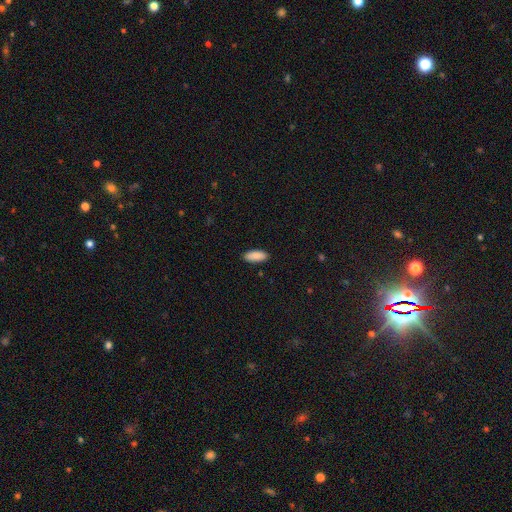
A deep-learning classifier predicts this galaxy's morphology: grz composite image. It shows a smooth galaxy with no disk features (89%) that is in between round and cigar-shaped (84%). Merging: none (89%).